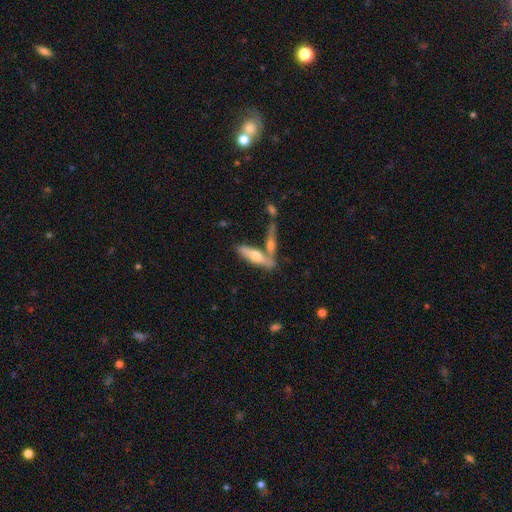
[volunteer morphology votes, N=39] Q: Smooth or featured?
A: featured or disk (59%); runner-up: smooth (36%)
Q: Edge-on disk?
A: yes (87%); runner-up: no (13%)
Q: Edge-on bulge?
A: rounded (85%); runner-up: boxy (15%)
Q: Merging?
A: none (51%); runner-up: merger (32%)